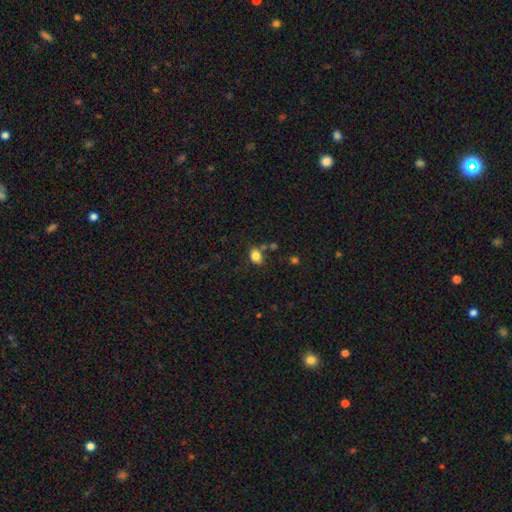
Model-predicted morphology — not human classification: smooth_or_featured: smooth (p=0.81) [alt: star or artifact p=0.11]
how_rounded: in between (p=0.63) [alt: round p=0.36]
merging: none (p=0.66) [alt: minor disturbance p=0.18]